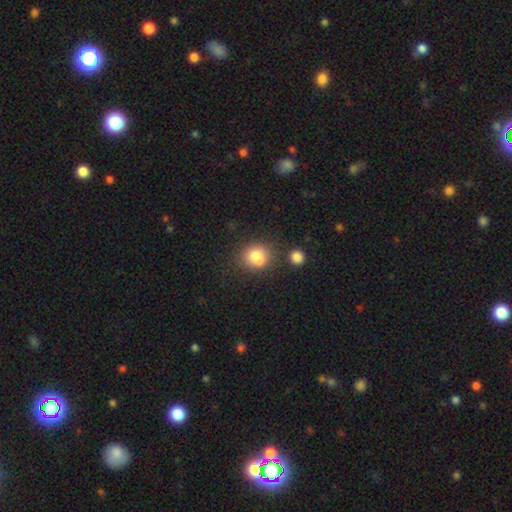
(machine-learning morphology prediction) Smooth or featured?
  - smooth: 75% *
  - featured or disk: 14%
  - star or artifact: 11%
How rounded?
  - round: 66% *
  - in between: 33%
  - cigar-shaped: 1%
Merging?
  - none: 46% *
  - merger: 36%
  - minor disturbance: 13%
  - major disturbance: 5%